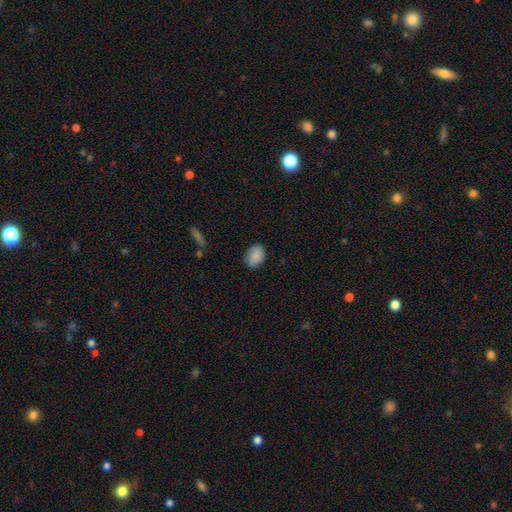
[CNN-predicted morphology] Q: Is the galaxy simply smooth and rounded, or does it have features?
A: smooth — 86%.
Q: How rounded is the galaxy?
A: in between — 78%.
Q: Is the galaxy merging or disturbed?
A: none — 79%.